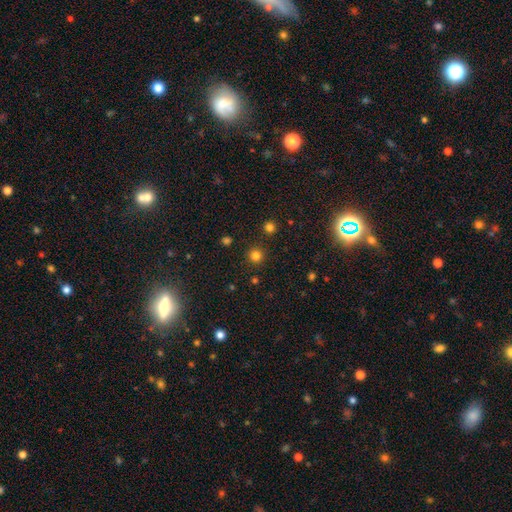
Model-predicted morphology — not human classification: smooth-or-featured: smooth: 80% | star or artifact: 16% | featured or disk: 4%
  how-rounded: round: 95% | in between: 4% | cigar-shaped: 1%
  merging: none: 90% | minor disturbance: 5% | merger: 2% | major disturbance: 2%